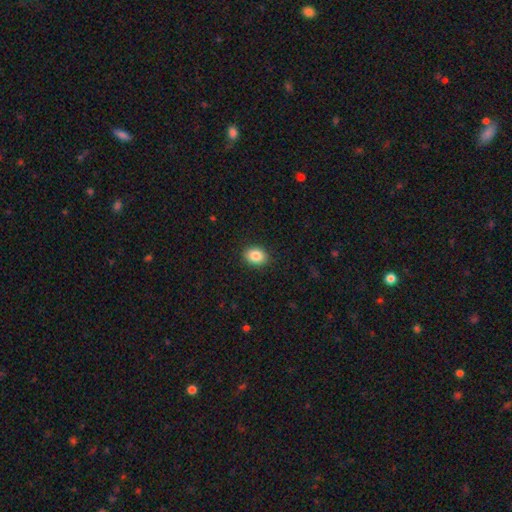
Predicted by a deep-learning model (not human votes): The model was most divided on "how rounded": in between: 66%, round: 33%, cigar-shaped: 1%. More confident: merging — none (90%); smooth or featured — smooth (86%).